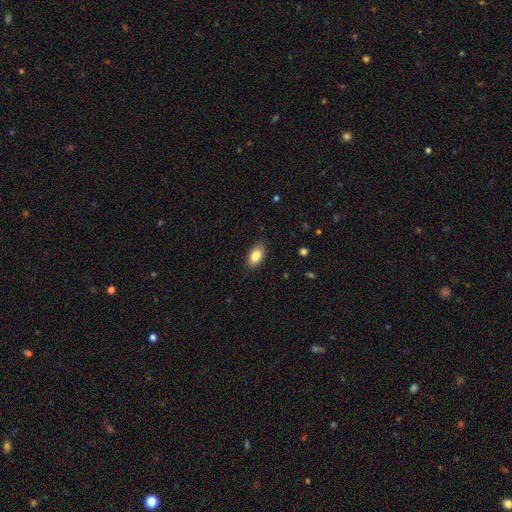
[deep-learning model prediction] smooth_or_featured: smooth (p=0.86) [alt: star or artifact p=0.07]
how_rounded: in between (p=0.92) [alt: round p=0.05]
merging: none (p=0.85) [alt: minor disturbance p=0.12]